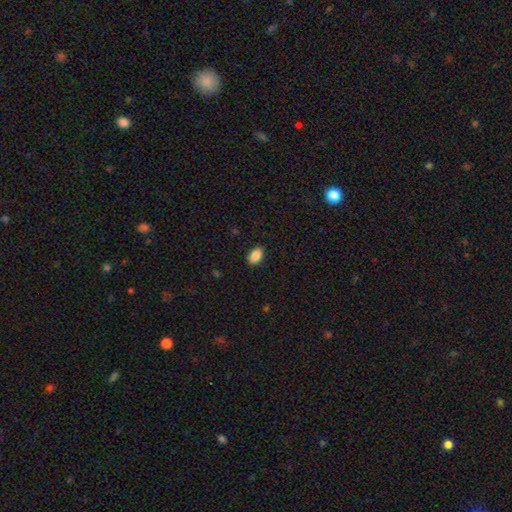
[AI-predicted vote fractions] The model was most divided on "merging": none: 88%, minor disturbance: 9%, major disturbance: 2%, merger: 1%. More confident: how rounded — in between (91%); smooth or featured — smooth (88%).